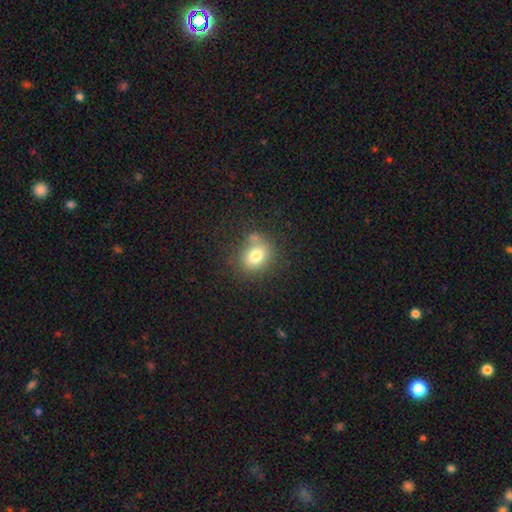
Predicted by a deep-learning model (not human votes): Overall: smooth (77%). How rounded: round (52%; in between 47%). Merging: none (64%).